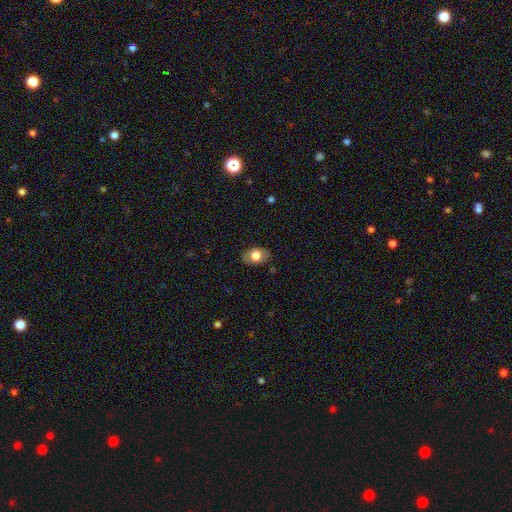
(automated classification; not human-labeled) Smooth or featured? Predicted: smooth (p=0.76). How rounded? Predicted: in between (p=0.80). Merging? Predicted: none (p=0.84).